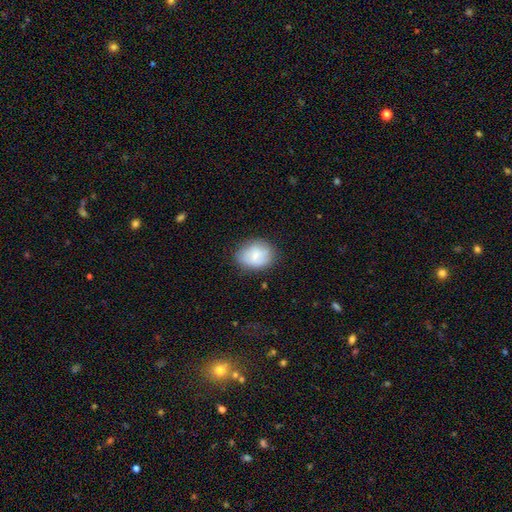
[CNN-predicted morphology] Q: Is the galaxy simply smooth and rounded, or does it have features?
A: smooth — 72%.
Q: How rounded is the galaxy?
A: in between — 59%.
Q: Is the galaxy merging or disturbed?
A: none — 73%.